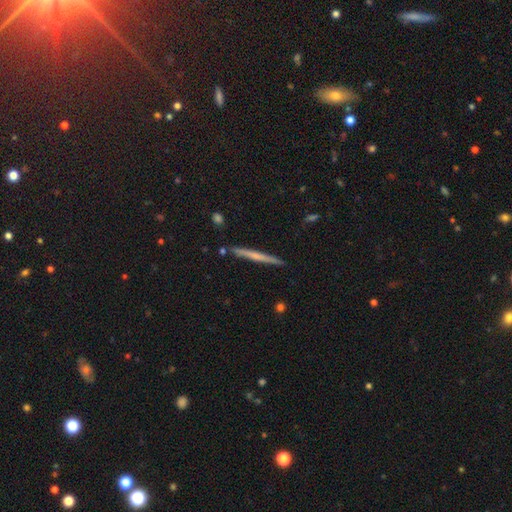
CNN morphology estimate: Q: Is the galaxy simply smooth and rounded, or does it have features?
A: featured or disk — 49%.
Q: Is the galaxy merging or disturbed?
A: none — 89%.